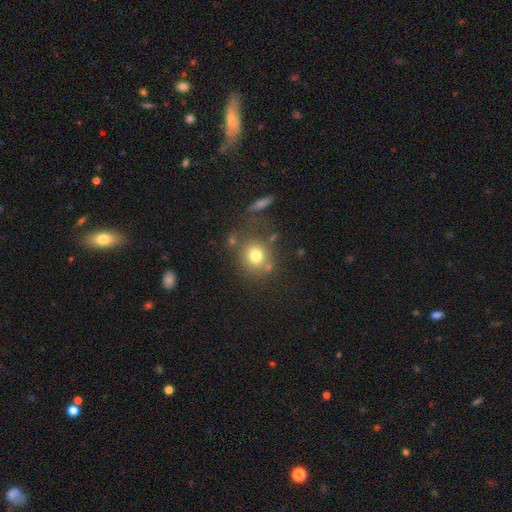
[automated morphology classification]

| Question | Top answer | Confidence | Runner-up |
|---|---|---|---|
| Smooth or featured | smooth | 76% | star or artifact (13%) |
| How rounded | round | 80% | in between (18%) |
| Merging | none | 69% | minor disturbance (13%) |